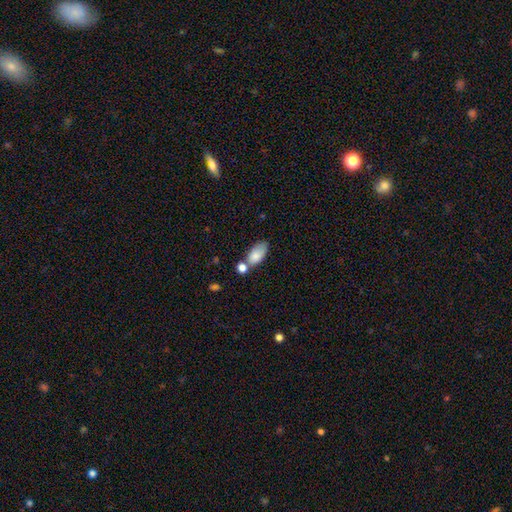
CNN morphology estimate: Smooth or featured? smooth (81%)
How rounded? in between (90%)
Merging? none (48%)